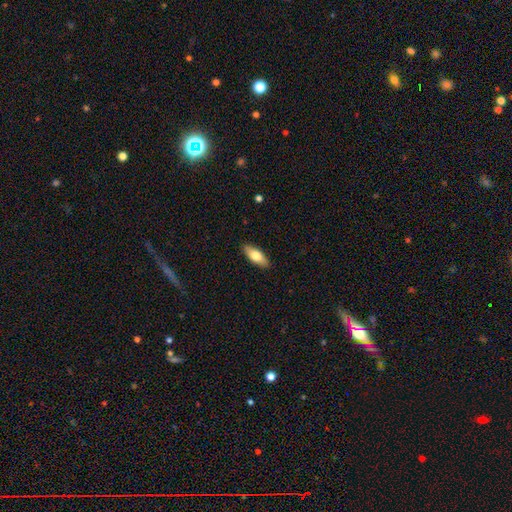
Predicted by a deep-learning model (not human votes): A smooth galaxy with no disk features (74%) that is in between round and cigar-shaped (75%).

Vote fractions:
- Smooth or featured? smooth: 74% / featured or disk: 21% / star or artifact: 6%
- How rounded? in between: 75% / cigar-shaped: 23% / round: 2%
- Merging? none: 89% / minor disturbance: 8% / major disturbance: 2% / merger: 1%